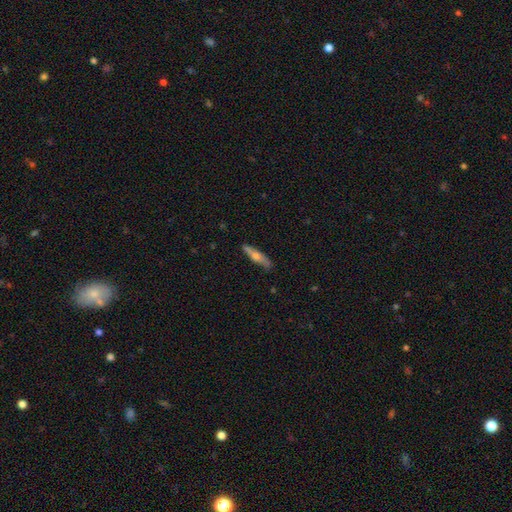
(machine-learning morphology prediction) smooth-or-featured: featured or disk: 48% | smooth: 47% | star or artifact: 6%
  merging: none: 85% | minor disturbance: 11% | major disturbance: 2% | merger: 1%